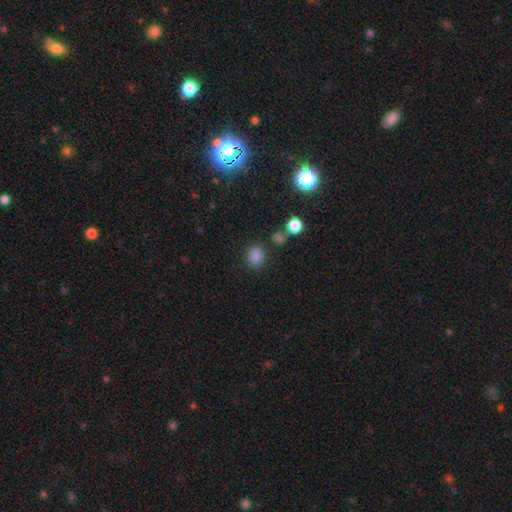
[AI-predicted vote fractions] A smooth galaxy with no disk features (81%) that is round (54%).

Vote fractions:
- Smooth or featured? smooth: 81% / star or artifact: 15% / featured or disk: 4%
- How rounded? round: 54% / in between: 45% / cigar-shaped: 1%
- Merging? none: 78% / minor disturbance: 11% / merger: 7% / major disturbance: 4%